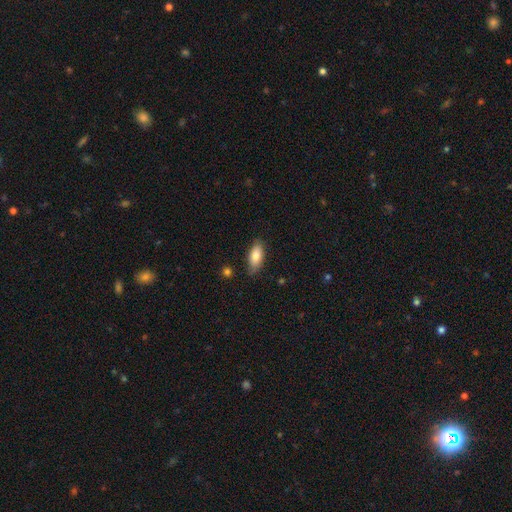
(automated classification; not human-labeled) smooth-or-featured: smooth: 81% | featured or disk: 12% | star or artifact: 7%
  how-rounded: in between: 84% | cigar-shaped: 14% | round: 2%
  merging: none: 81% | minor disturbance: 15% | major disturbance: 3% | merger: 1%